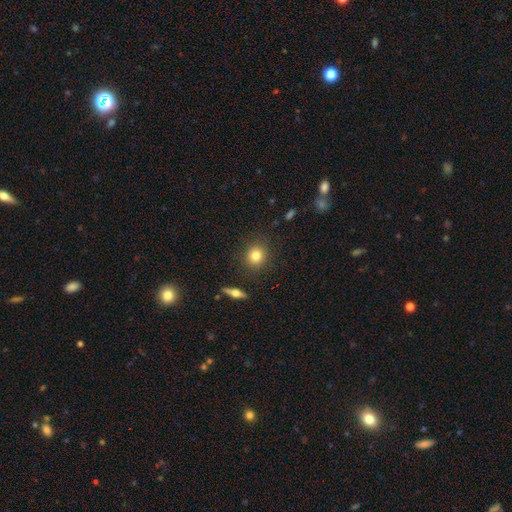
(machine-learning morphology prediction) A smooth galaxy with no disk features (80%) that is round (84%). Merging: none (87%).